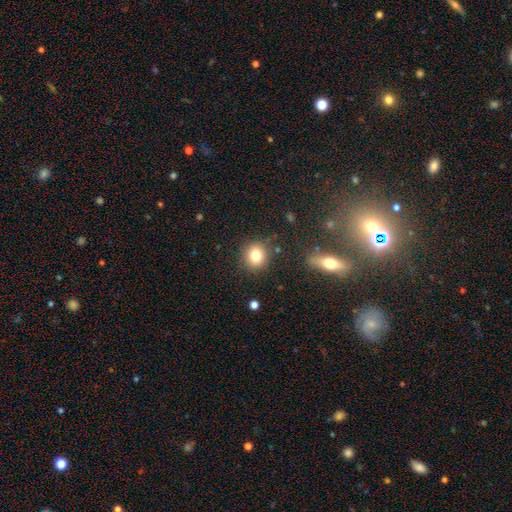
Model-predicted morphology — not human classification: Smooth or featured: smooth — 80% (star or artifact — 11%)
How rounded: round — 84% (in between — 15%)
Merging: none — 86% (minor disturbance — 8%)